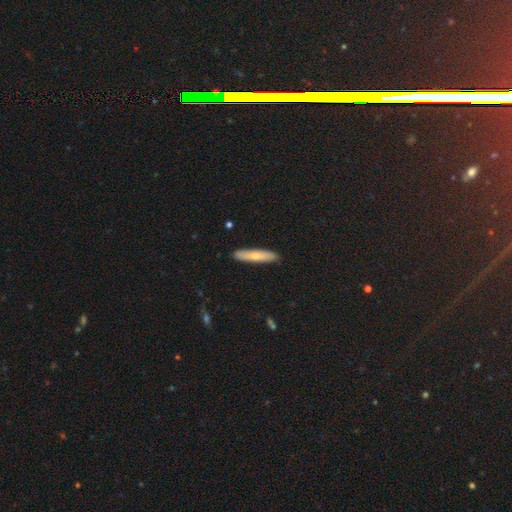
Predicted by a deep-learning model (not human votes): A smooth galaxy with no disk features (64%) that is cigar-shaped (88%). Merging: none (90%).